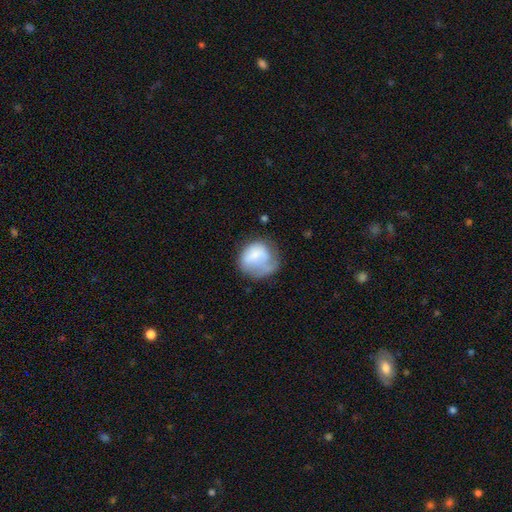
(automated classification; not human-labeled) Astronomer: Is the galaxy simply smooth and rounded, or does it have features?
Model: smooth — 65%.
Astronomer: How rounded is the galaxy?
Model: round — 71%.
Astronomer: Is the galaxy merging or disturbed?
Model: none — 36% (runner-up: major disturbance, 29%).